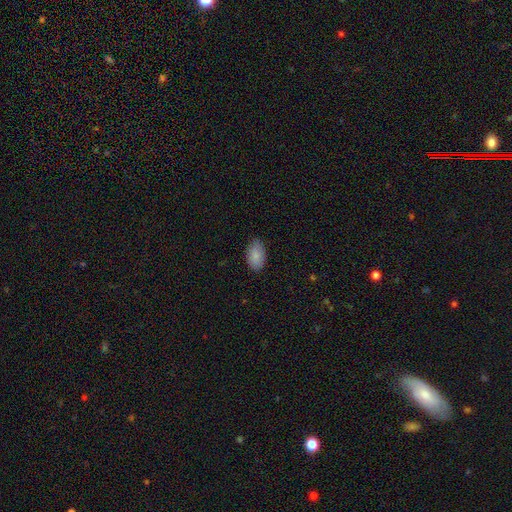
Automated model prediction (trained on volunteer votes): smooth-or-featured: smooth: 87% | star or artifact: 7% | featured or disk: 6%
  how-rounded: in between: 93% | round: 5% | cigar-shaped: 2%
  merging: none: 82% | minor disturbance: 14% | major disturbance: 3% | merger: 1%